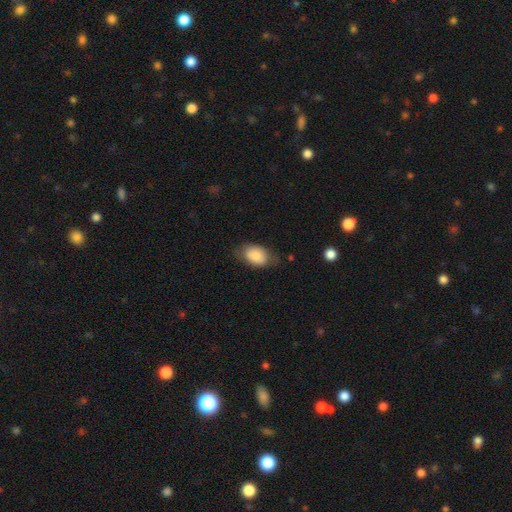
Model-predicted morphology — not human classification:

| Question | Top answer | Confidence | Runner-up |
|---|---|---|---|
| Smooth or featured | smooth | 81% | featured or disk (12%) |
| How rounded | in between | 87% | round (12%) |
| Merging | none | 67% | minor disturbance (23%) |